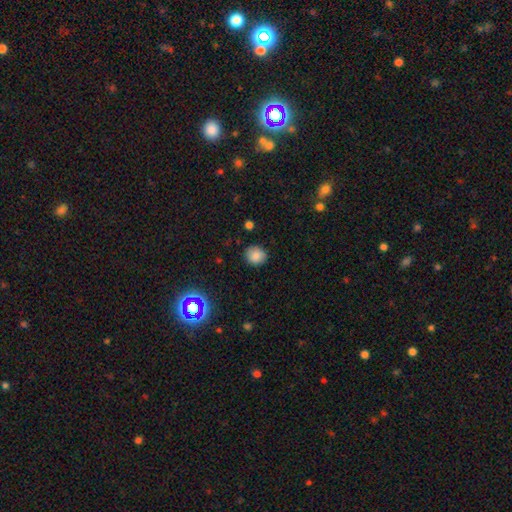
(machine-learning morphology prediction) A smooth galaxy with no disk features (83%) that is round (79%). Merging: none (83%).